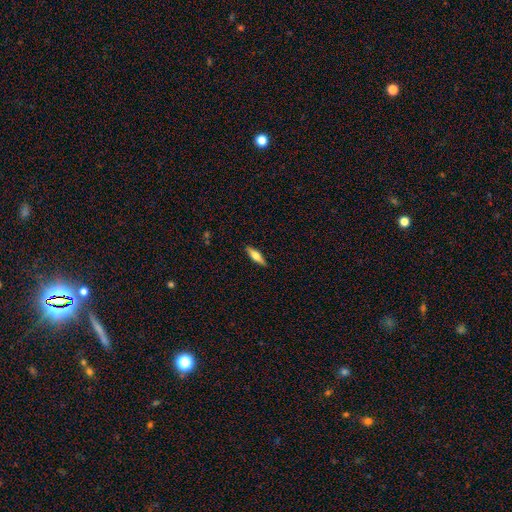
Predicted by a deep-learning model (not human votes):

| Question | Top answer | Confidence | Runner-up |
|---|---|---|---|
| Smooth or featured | smooth | 53% | featured or disk (41%) |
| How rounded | cigar-shaped | 60% | in between (38%) |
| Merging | none | 88% | minor disturbance (9%) |